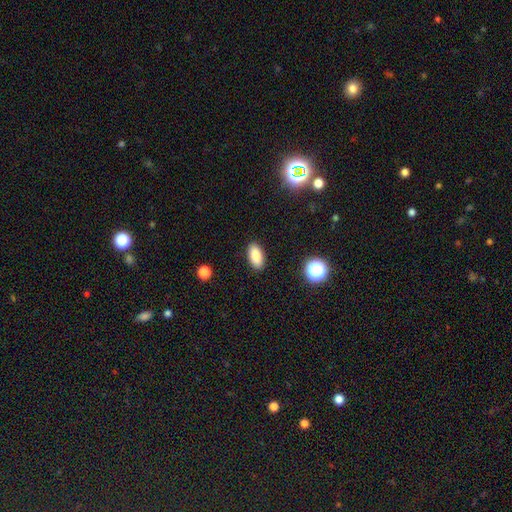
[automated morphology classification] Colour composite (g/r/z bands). It shows a smooth galaxy with no disk features (86%) that is in between round and cigar-shaped (89%). Merging: none (90%).